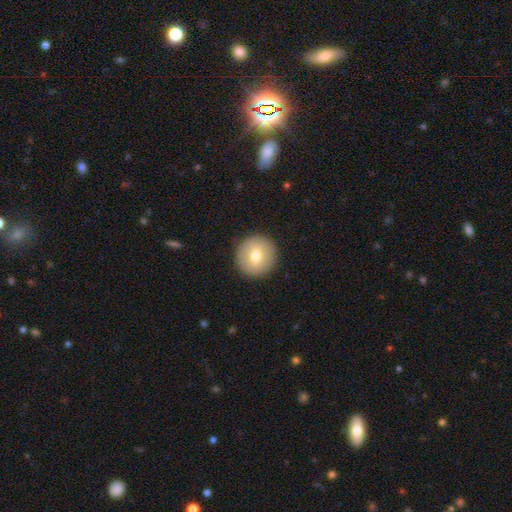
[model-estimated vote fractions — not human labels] A smooth galaxy with no disk features (72%) that is round (94%).

Vote fractions:
- Smooth or featured? smooth: 72% / featured or disk: 21% / star or artifact: 8%
- How rounded? round: 94% / in between: 5% / cigar-shaped: 1%
- Merging? none: 91% / minor disturbance: 6% / major disturbance: 2% / merger: 1%